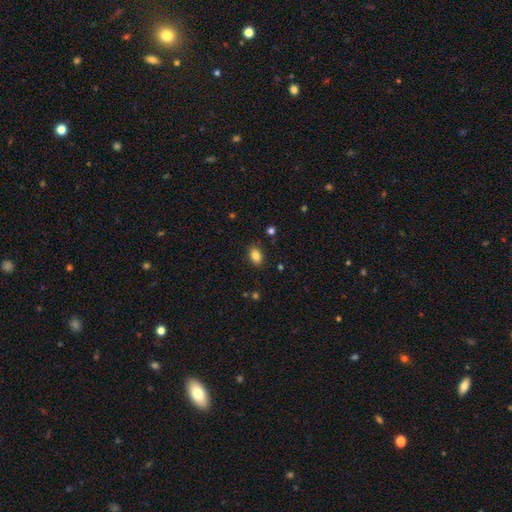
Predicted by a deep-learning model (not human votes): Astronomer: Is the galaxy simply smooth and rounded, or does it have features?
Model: smooth — 85%.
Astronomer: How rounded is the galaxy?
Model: in between — 84%.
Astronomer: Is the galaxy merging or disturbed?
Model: none — 86%.